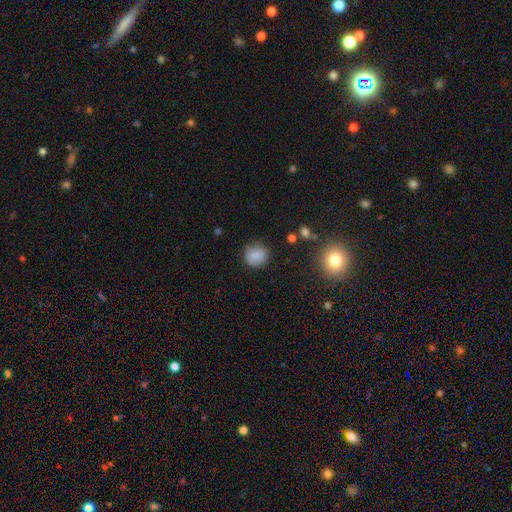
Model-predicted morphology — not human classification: Smooth or featured?
  - smooth: 82% *
  - star or artifact: 11%
  - featured or disk: 8%
How rounded?
  - round: 81% *
  - in between: 18%
  - cigar-shaped: 1%
Merging?
  - none: 80% *
  - minor disturbance: 14%
  - major disturbance: 4%
  - merger: 2%